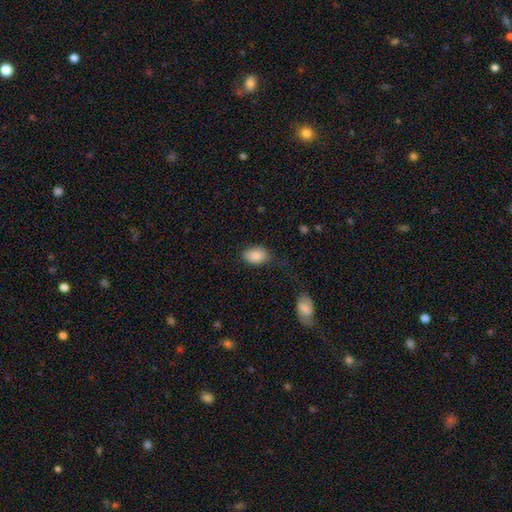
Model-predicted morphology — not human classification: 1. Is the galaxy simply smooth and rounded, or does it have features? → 85% smooth, 7% star or artifact, 7% featured or disk.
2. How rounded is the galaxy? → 87% in between, 12% round, 1% cigar-shaped.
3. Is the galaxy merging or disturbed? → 75% none, 18% minor disturbance, 5% major disturbance, 2% merger.